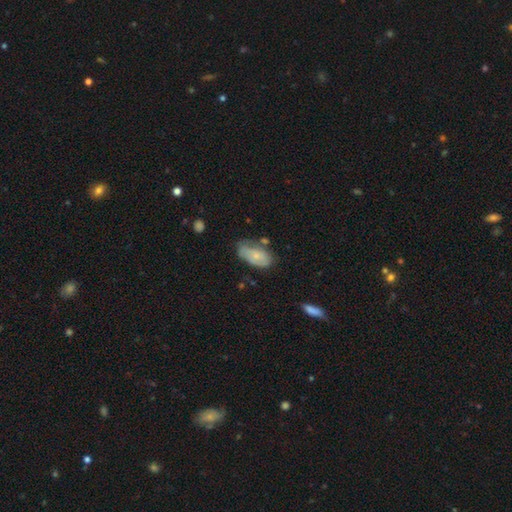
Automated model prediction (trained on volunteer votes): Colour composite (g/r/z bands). It shows a smooth galaxy with no disk features (65%) that is in between round and cigar-shaped (92%). Merging: none (47%).